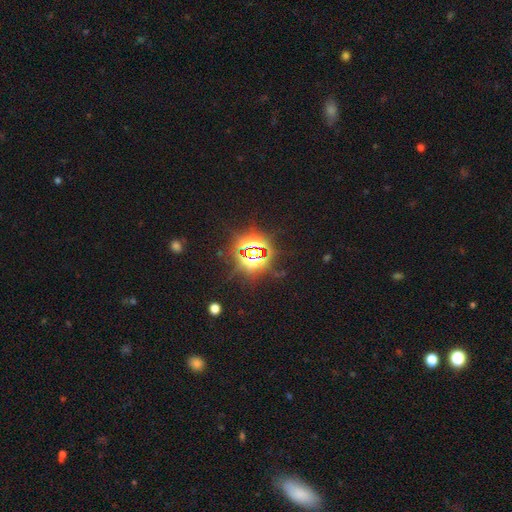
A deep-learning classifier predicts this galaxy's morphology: The model was most divided on "smooth or featured": star or artifact: 83%, smooth: 10%, featured or disk: 8%.